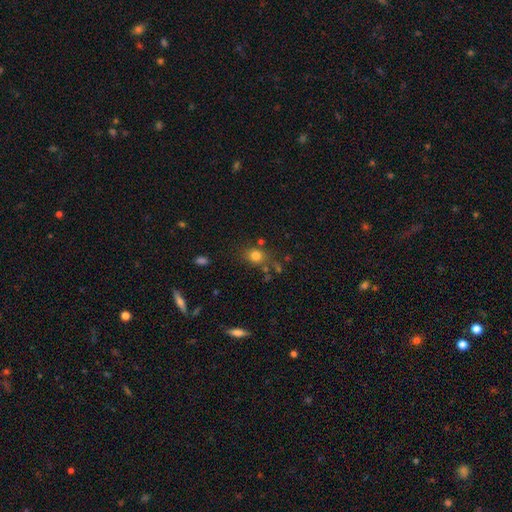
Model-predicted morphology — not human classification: smooth-or-featured: smooth: 78% | star or artifact: 14% | featured or disk: 8%
  how-rounded: round: 66% | in between: 32% | cigar-shaped: 1%
  merging: none: 70% | minor disturbance: 15% | merger: 9% | major disturbance: 6%